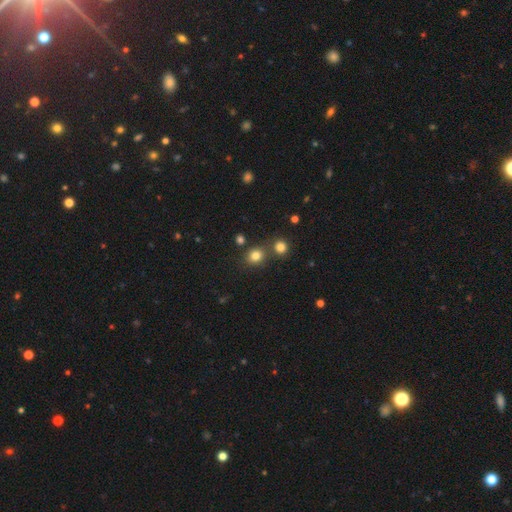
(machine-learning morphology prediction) Q: Smooth or featured?
A: smooth (79%); runner-up: star or artifact (14%)
Q: How rounded?
A: round (75%); runner-up: in between (24%)
Q: Merging?
A: none (69%); runner-up: merger (18%)